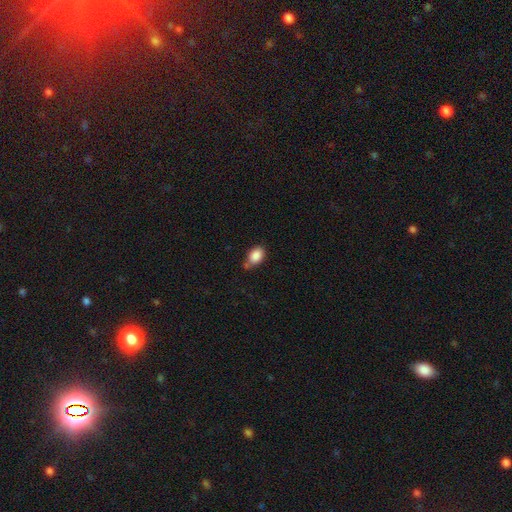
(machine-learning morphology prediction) Smooth or featured? Predicted: smooth (p=0.87). How rounded? Predicted: in between (p=0.79). Merging? Predicted: none (p=0.57).